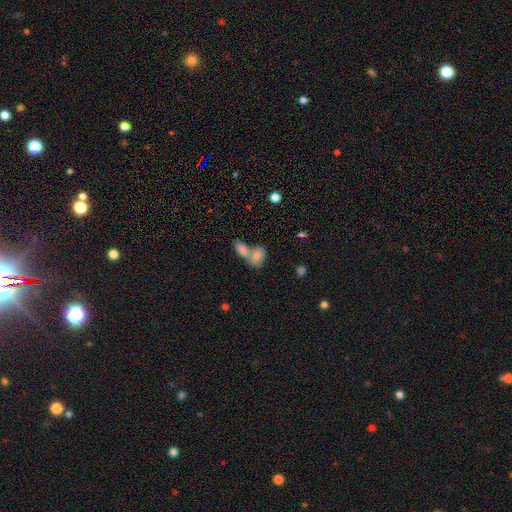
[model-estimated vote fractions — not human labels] Smooth or featured?
  - smooth: 81% *
  - featured or disk: 11%
  - star or artifact: 8%
How rounded?
  - in between: 89% *
  - round: 7%
  - cigar-shaped: 4%
Merging?
  - merger: 64% *
  - none: 25%
  - minor disturbance: 7%
  - major disturbance: 4%